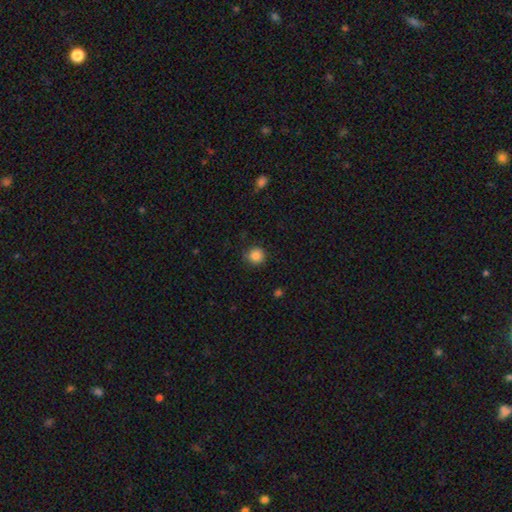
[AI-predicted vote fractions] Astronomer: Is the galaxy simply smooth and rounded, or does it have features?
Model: smooth — 86%.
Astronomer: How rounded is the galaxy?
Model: round — 89%.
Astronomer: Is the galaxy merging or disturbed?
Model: none — 85%.